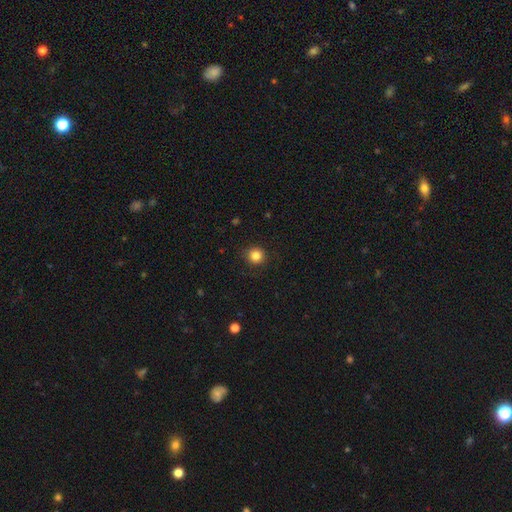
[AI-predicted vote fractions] A smooth galaxy with no disk features (84%) that is round (92%).

Vote fractions:
- Smooth or featured? smooth: 84% / star or artifact: 11% / featured or disk: 4%
- How rounded? round: 92% / in between: 7% / cigar-shaped: 1%
- Merging? none: 90% / minor disturbance: 6% / major disturbance: 2% / merger: 1%